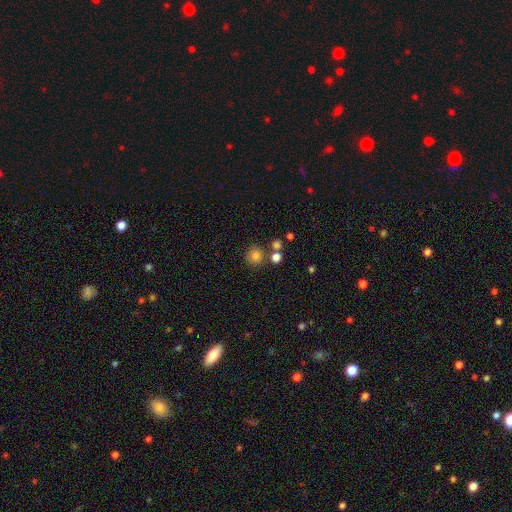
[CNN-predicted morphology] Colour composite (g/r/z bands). It shows a smooth galaxy with no disk features (79%) that is round (91%). Merging: none (74%).